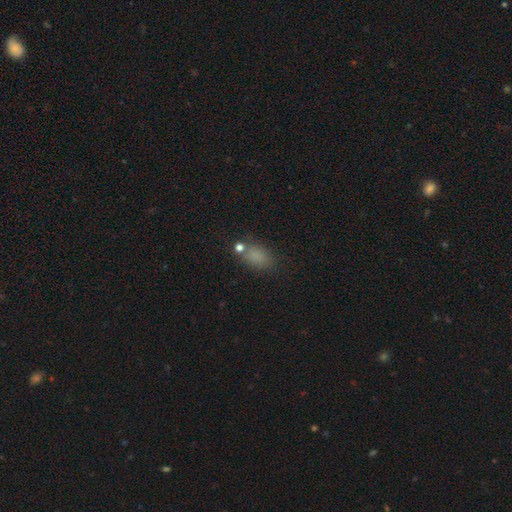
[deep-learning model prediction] A smooth galaxy with no disk features (77%) that is in between round and cigar-shaped (82%).

Vote fractions:
- Smooth or featured? smooth: 77% / star or artifact: 17% / featured or disk: 7%
- How rounded? in between: 82% / round: 14% / cigar-shaped: 3%
- Merging? none: 68% / minor disturbance: 17% / merger: 9% / major disturbance: 6%